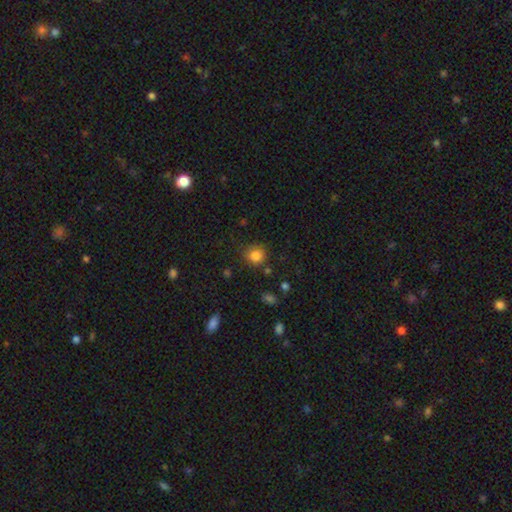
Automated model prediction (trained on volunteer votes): smooth_or_featured: smooth (p=0.84) [alt: star or artifact p=0.12]
how_rounded: round (p=0.86) [alt: in between p=0.13]
merging: none (p=0.79) [alt: minor disturbance p=0.14]